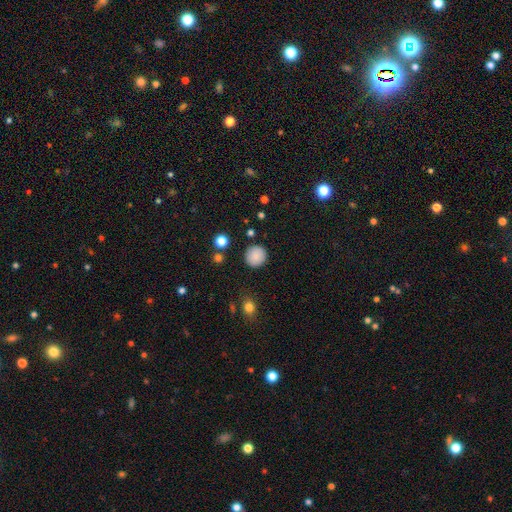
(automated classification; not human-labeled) A smooth galaxy with no disk features (87%) that is round (94%).

Vote fractions:
- Smooth or featured? smooth: 87% / star or artifact: 9% / featured or disk: 4%
- How rounded? round: 94% / in between: 5% / cigar-shaped: 1%
- Merging? none: 89% / minor disturbance: 7% / major disturbance: 2% / merger: 2%